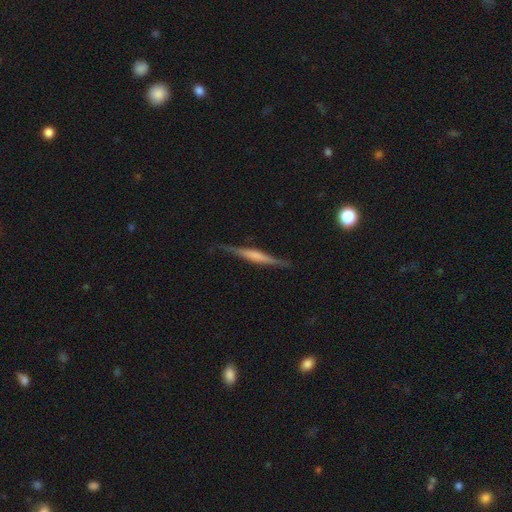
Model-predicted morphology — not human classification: smooth_or_featured: featured or disk (p=0.60) [alt: smooth p=0.34]
disk_edge_on: yes (p=0.96) [alt: no p=0.04]
edge_on_bulge: none (p=0.38) [alt: boxy p=0.32]
merging: none (p=0.83) [alt: minor disturbance p=0.12]